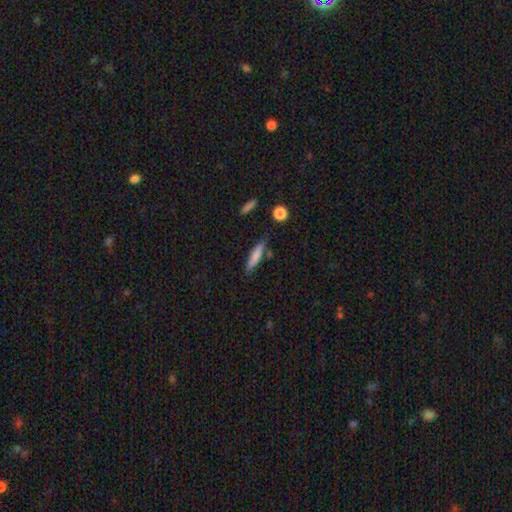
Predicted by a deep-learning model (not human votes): Overall: smooth (77%). How rounded: cigar-shaped (82%). Merging: none (77%).